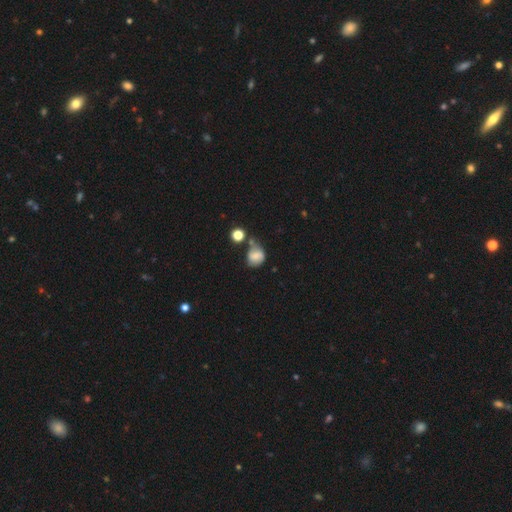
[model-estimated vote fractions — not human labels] Morphology: type=smooth (71%); roundness=round (63%); merging=none (40%).